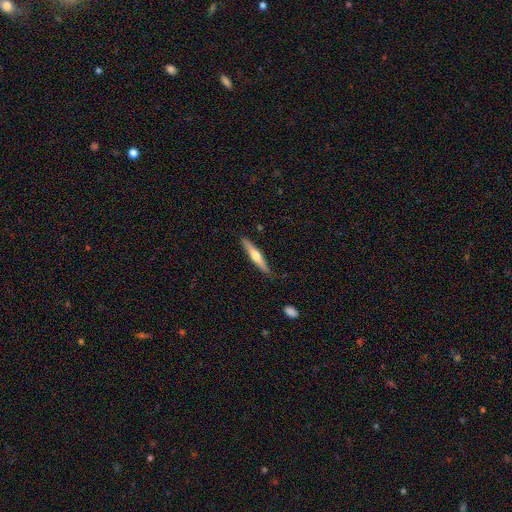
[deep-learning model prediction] Smooth or featured? featured or disk (54%)
Edge-on disk? yes (95%)
Edge-on bulge? rounded (90%)
Merging? none (83%)